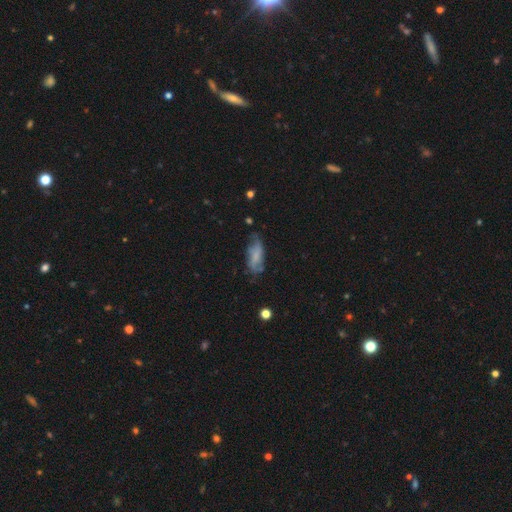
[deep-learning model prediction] smooth-or-featured: smooth: 51% | featured or disk: 39% | star or artifact: 10%
  how-rounded: in between: 73% | cigar-shaped: 24% | round: 3%
  merging: none: 49% | minor disturbance: 31% | major disturbance: 16% | merger: 3%